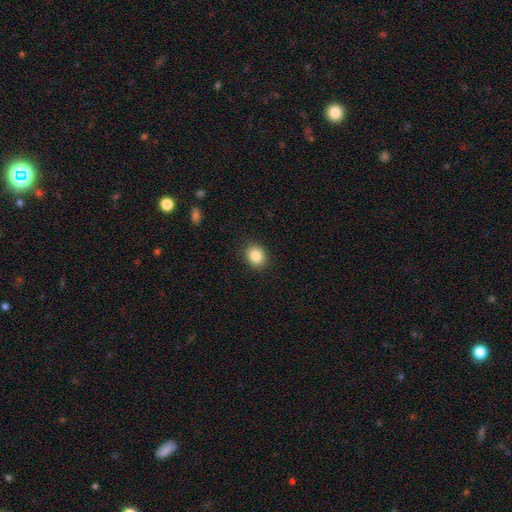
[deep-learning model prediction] Smooth or featured: smooth — 85% (star or artifact — 9%)
How rounded: round — 60% (in between — 39%)
Merging: none — 89% (minor disturbance — 7%)